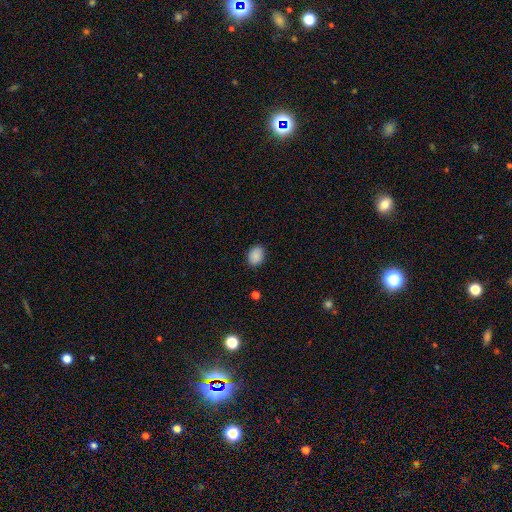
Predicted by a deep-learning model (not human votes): Overall: smooth (88%). How rounded: in between (55%; round 44%). Merging: none (87%).